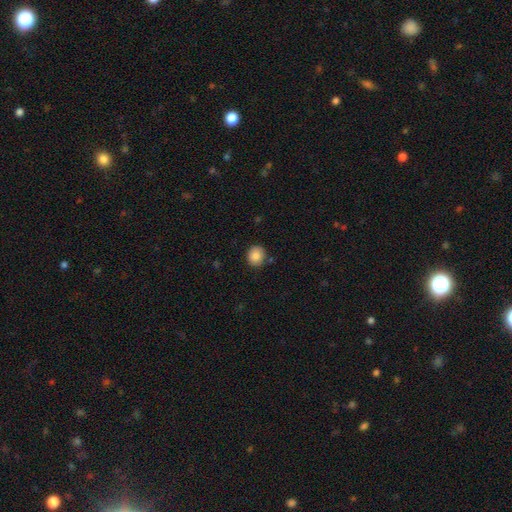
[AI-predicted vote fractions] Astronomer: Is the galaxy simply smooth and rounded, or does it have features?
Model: smooth — 87%.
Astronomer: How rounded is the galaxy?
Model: round — 79%.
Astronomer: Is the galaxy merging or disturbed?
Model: none — 85%.